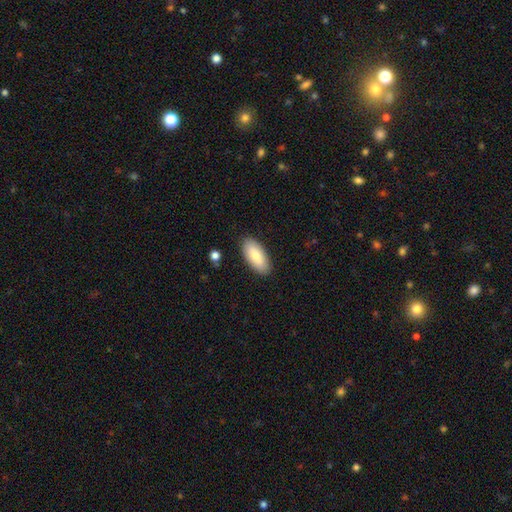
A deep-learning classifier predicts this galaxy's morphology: smooth_or_featured: smooth (p=0.80) [alt: featured or disk p=0.14]
how_rounded: in between (p=0.88) [alt: cigar-shaped p=0.10]
merging: none (p=0.88) [alt: minor disturbance p=0.09]